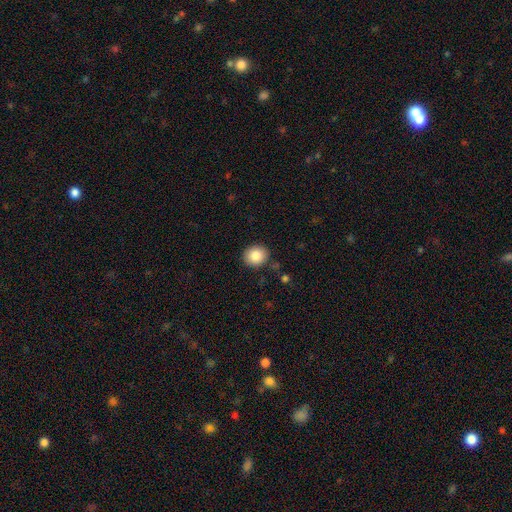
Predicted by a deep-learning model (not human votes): smooth_or_featured: smooth (p=0.84) [alt: star or artifact p=0.09]
how_rounded: round (p=0.77) [alt: in between p=0.22]
merging: none (p=0.89) [alt: minor disturbance p=0.08]